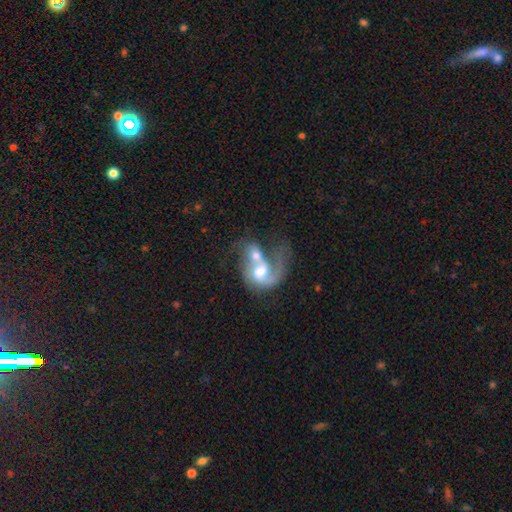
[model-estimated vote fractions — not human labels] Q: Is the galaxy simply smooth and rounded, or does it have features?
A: featured or disk — 68%.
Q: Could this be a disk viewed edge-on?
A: no — 97%.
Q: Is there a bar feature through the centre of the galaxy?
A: no — 60%.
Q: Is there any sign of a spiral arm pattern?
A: yes — 80%.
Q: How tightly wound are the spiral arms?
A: loose — 51%.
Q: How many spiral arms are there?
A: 1 — 58%.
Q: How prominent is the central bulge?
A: moderate — 60%.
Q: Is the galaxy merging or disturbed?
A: merger — 75%.